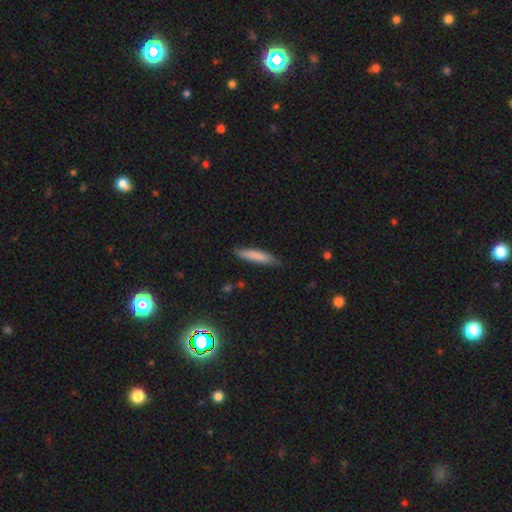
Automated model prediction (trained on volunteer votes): Smooth or featured?
  - smooth: 79% *
  - featured or disk: 14%
  - star or artifact: 6%
How rounded?
  - cigar-shaped: 87% *
  - in between: 12%
  - round: 1%
Merging?
  - none: 81% *
  - minor disturbance: 15%
  - major disturbance: 2%
  - merger: 1%